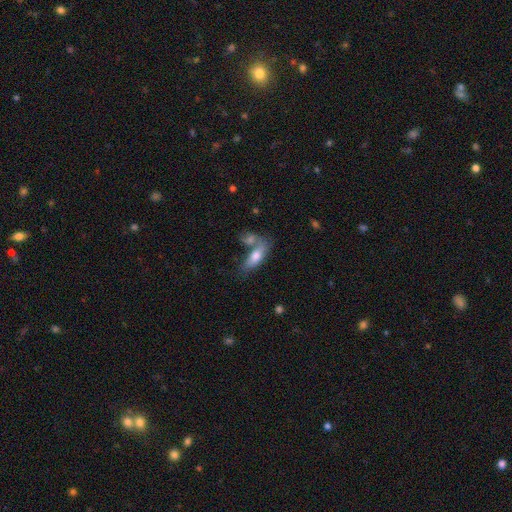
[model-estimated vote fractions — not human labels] Overall: smooth (71%). How rounded: in between (73%). Merging: merger (43%; none 36%).